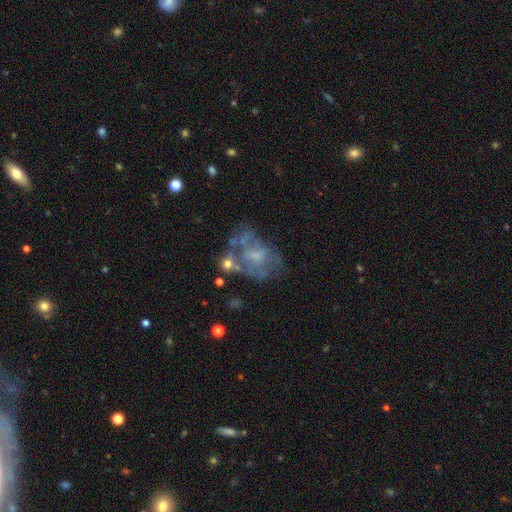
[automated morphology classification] This is likely a featured or disk galaxy (64%). It is clearly not viewed edge-on (97%). Bar: likely no (71%). Spiral arm pattern: likely no (72%). Central bulge: marginally none (33%, tied with small). Merging: marginally none (34%).